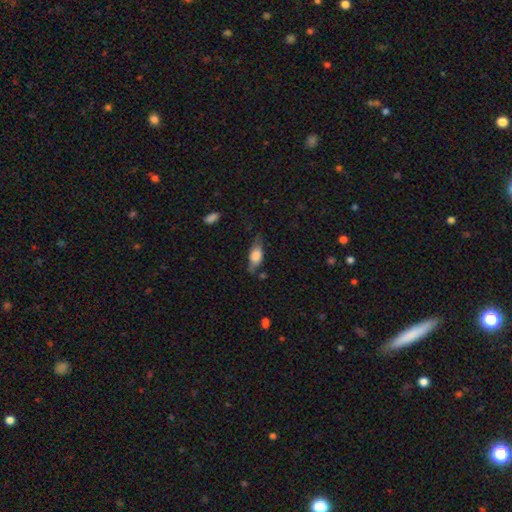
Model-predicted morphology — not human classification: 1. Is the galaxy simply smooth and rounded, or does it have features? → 58% smooth, 35% featured or disk, 7% star or artifact.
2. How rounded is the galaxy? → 72% in between, 24% cigar-shaped, 4% round.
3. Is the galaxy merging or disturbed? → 64% none, 25% minor disturbance, 8% major disturbance, 3% merger.